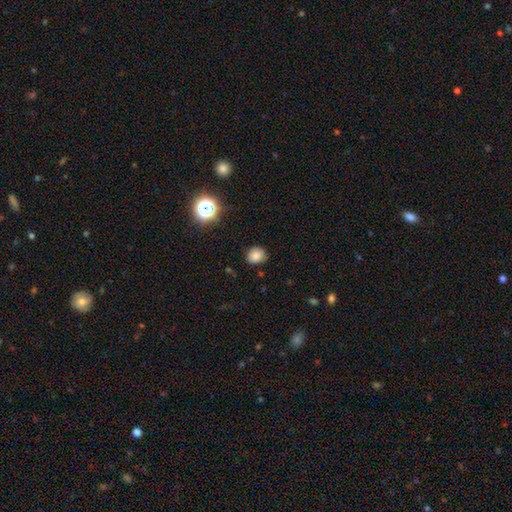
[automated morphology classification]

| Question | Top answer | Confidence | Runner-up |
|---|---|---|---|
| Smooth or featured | smooth | 81% | star or artifact (13%) |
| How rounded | round | 76% | in between (23%) |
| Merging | none | 83% | minor disturbance (13%) |